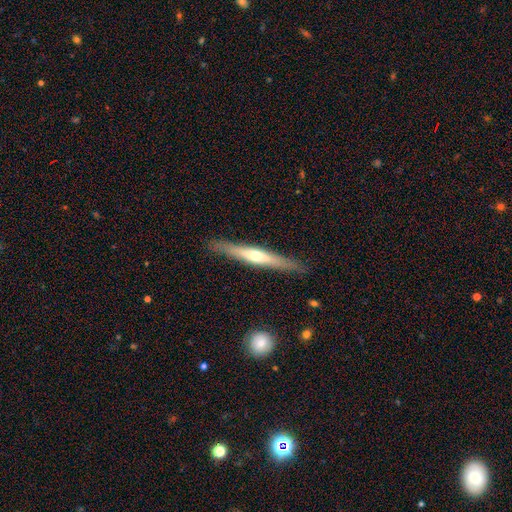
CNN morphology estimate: Smooth or featured? featured or disk (63%)
Edge-on disk? yes (94%)
Edge-on bulge? rounded (82%)
Merging? none (90%)